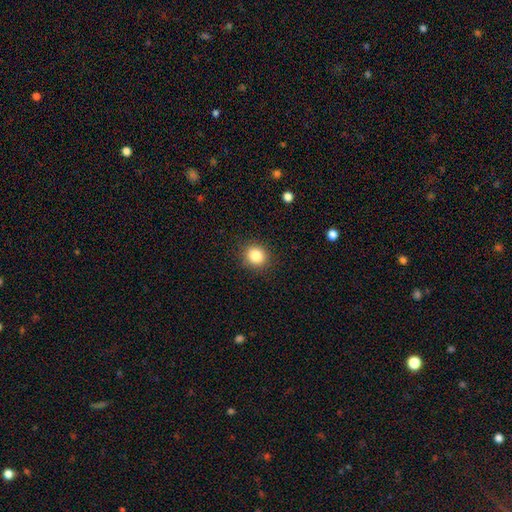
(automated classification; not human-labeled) This appears to be a smooth galaxy with no disk features (84%) that is round (81%). Merging: none (89%).